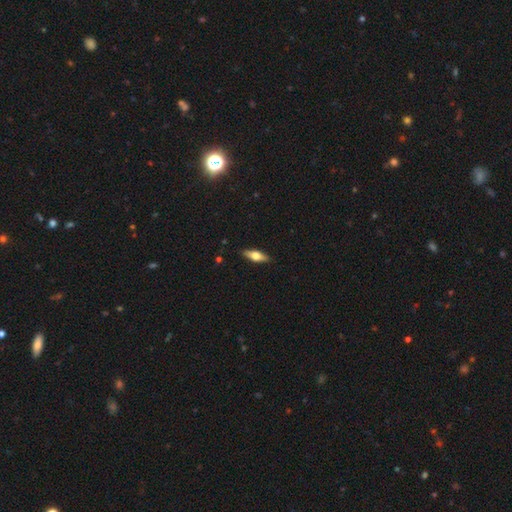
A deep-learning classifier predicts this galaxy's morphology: A smooth galaxy with no disk features (47%, tied with featured or disk). Merging: none (89%).